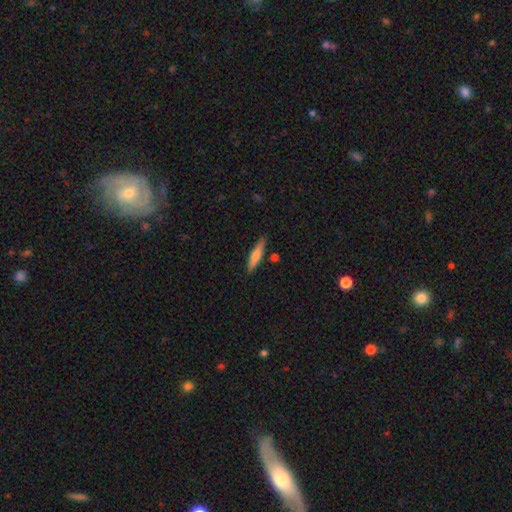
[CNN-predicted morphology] Smooth or featured?
  - smooth: 68% *
  - featured or disk: 26%
  - star or artifact: 6%
How rounded?
  - cigar-shaped: 83% *
  - in between: 15%
  - round: 2%
Merging?
  - none: 84% *
  - minor disturbance: 10%
  - merger: 4%
  - major disturbance: 2%